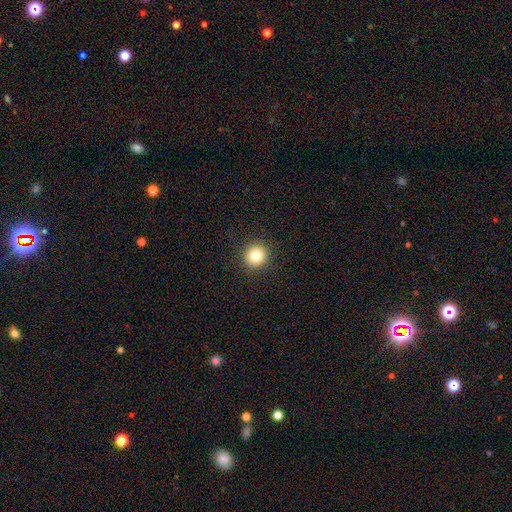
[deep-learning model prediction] Smooth or featured? smooth (81%)
How rounded? round (92%)
Merging? none (92%)